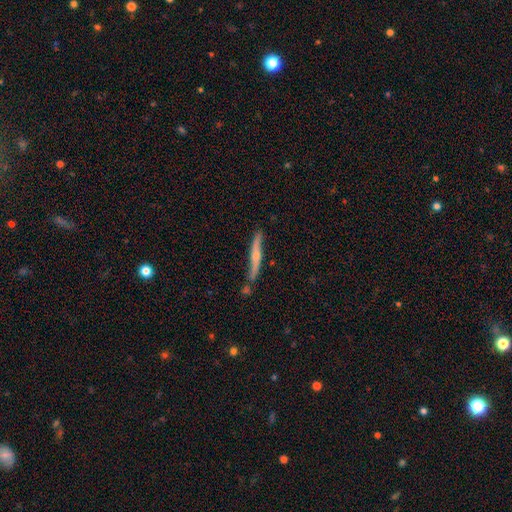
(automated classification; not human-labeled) Morphology: type=featured or disk (63%); edge-on=yes (89%); edge-on bulge=rounded (76%); merging=none (70%).